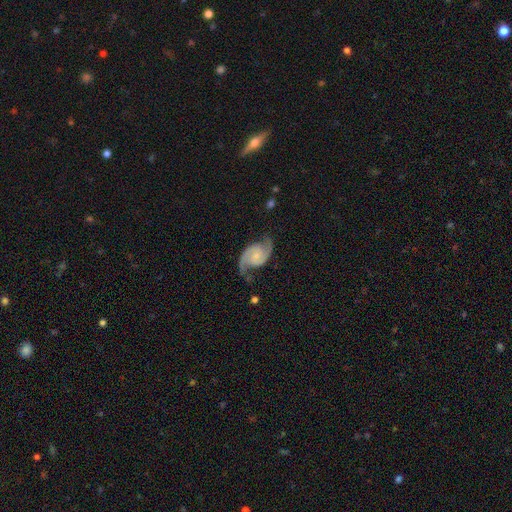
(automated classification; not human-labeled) The model was most divided on "spiral winding": medium: 49%, loose: 36%, tight: 15%. More confident: edge-on disk — no (98%); spiral arms — yes (98%); spiral arm count — 2 (94%); smooth or featured — featured or disk (89%); merging — none (74%); bar — no (60%); bulge size — small (54%).